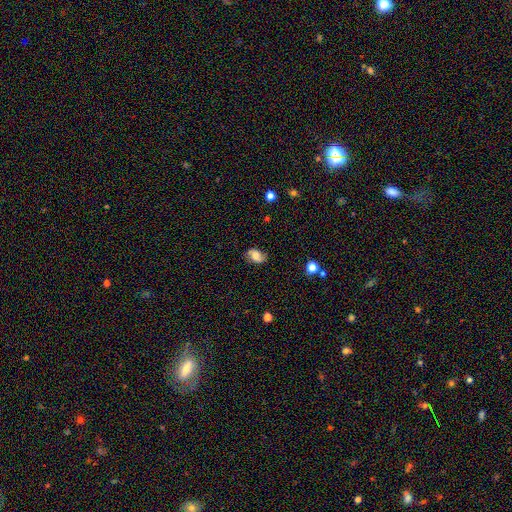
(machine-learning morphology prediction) Q: Smooth or featured?
A: smooth (49%); runner-up: featured or disk (39%)
Q: Merging?
A: none (73%); runner-up: minor disturbance (19%)